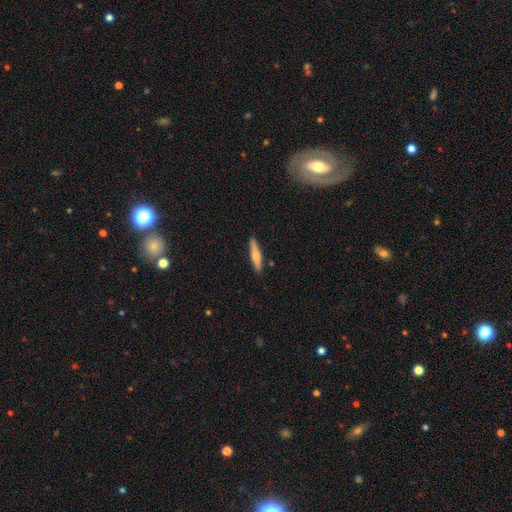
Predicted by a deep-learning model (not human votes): Q: Smooth or featured?
A: smooth (59%); runner-up: featured or disk (36%)
Q: How rounded?
A: cigar-shaped (86%); runner-up: in between (12%)
Q: Merging?
A: none (86%); runner-up: minor disturbance (10%)